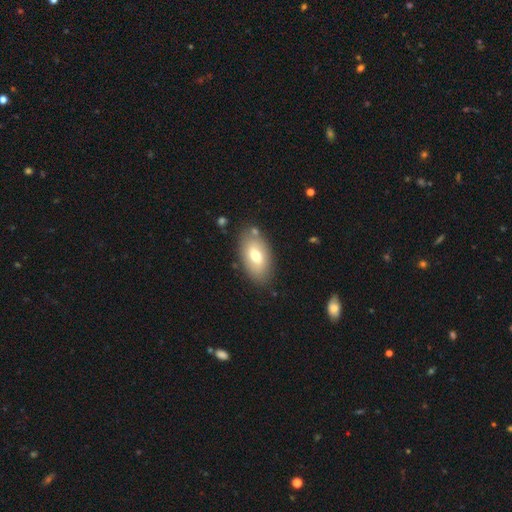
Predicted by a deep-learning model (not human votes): Q: Smooth or featured?
A: smooth (67%); runner-up: featured or disk (26%)
Q: How rounded?
A: in between (93%); runner-up: round (5%)
Q: Merging?
A: none (79%); runner-up: minor disturbance (13%)